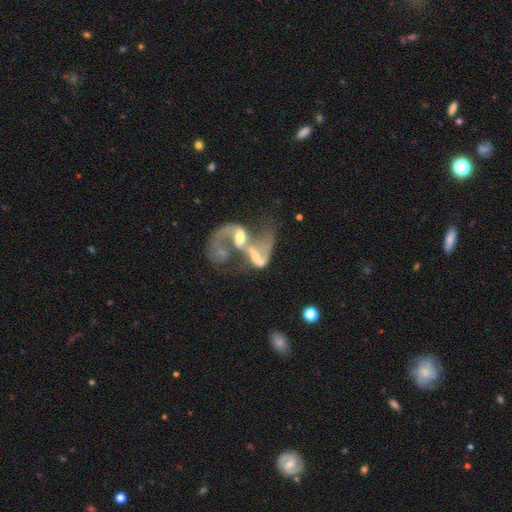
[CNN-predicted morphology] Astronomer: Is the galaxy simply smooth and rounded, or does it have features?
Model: featured or disk — 79%.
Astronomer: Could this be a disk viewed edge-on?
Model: no — 96%.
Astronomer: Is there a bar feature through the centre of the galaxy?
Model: no — 46% (runner-up: weak, 35%).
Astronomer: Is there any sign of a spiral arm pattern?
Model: yes — 76%.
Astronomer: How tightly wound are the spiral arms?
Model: loose — 75%.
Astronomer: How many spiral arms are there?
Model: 2 — 67%.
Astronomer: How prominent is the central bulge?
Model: moderate — 44% (runner-up: small, 32%).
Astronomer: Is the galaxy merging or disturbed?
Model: merger — 70%.